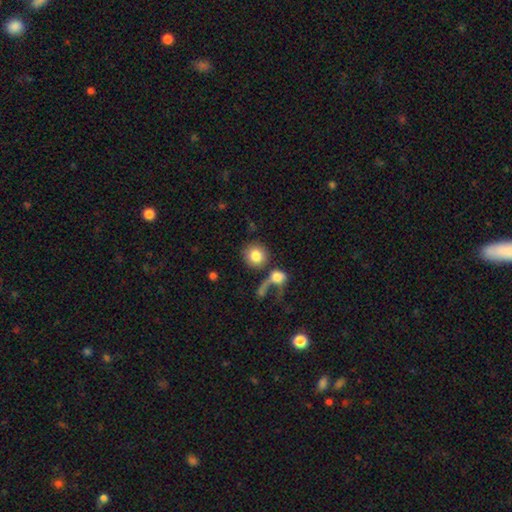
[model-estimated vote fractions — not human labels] The model was most divided on "merging": none: 62%, merger: 21%, major disturbance: 9%, minor disturbance: 9%. More confident: how rounded — round (89%); smooth or featured — smooth (82%).